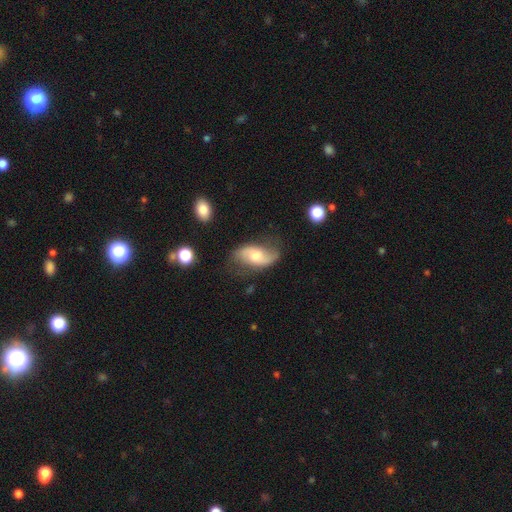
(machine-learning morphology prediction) Q: Smooth or featured?
A: featured or disk (64%); runner-up: smooth (29%)
Q: Edge-on disk?
A: no (94%); runner-up: yes (6%)
Q: Bar?
A: no (56%); runner-up: weak (34%)
Q: Spiral arms?
A: yes (88%); runner-up: no (12%)
Q: Spiral winding?
A: loose (68%); runner-up: medium (24%)
Q: Spiral arm count?
A: 2 (86%); runner-up: can't tell (7%)
Q: Bulge size?
A: moderate (63%); runner-up: small (23%)
Q: Merging?
A: none (61%); runner-up: minor disturbance (26%)